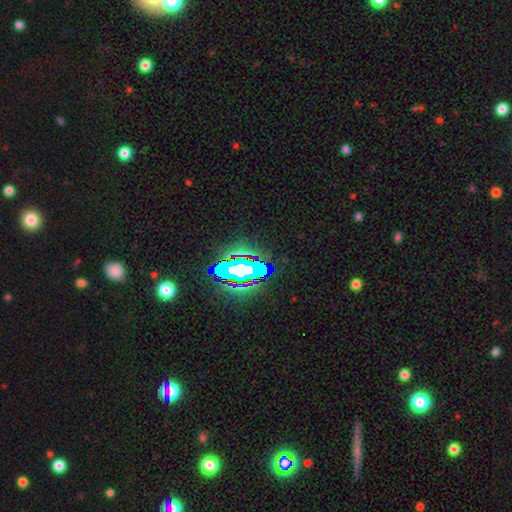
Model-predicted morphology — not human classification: Q: Smooth or featured?
A: star or artifact (71%); runner-up: smooth (15%)